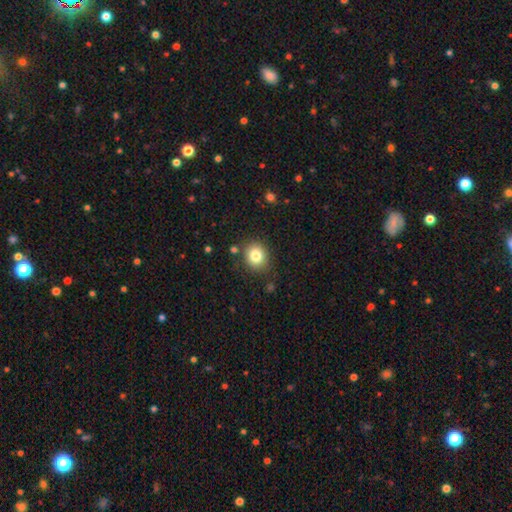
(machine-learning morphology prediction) Smooth or featured?
  - smooth: 81% *
  - star or artifact: 11%
  - featured or disk: 7%
How rounded?
  - round: 78% *
  - in between: 21%
  - cigar-shaped: 1%
Merging?
  - none: 85% *
  - minor disturbance: 9%
  - major disturbance: 3%
  - merger: 3%